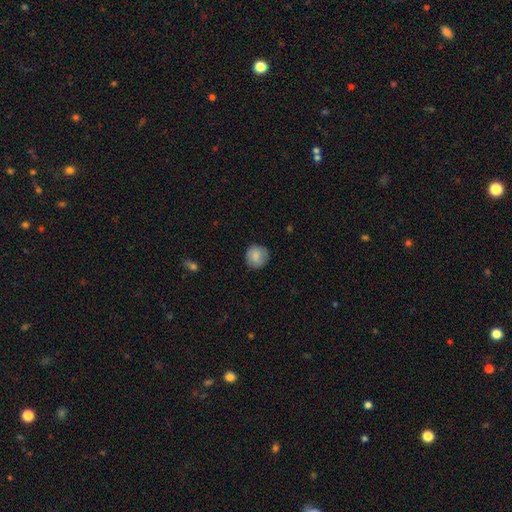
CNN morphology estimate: Smooth or featured: smooth — 79% (featured or disk — 14%)
How rounded: round — 90% (in between — 9%)
Merging: none — 82% (minor disturbance — 13%)